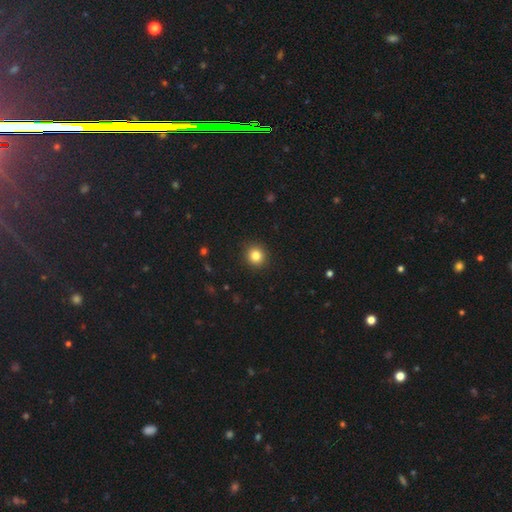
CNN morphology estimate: type=smooth (83%); roundness=round (88%); merging=none (92%).